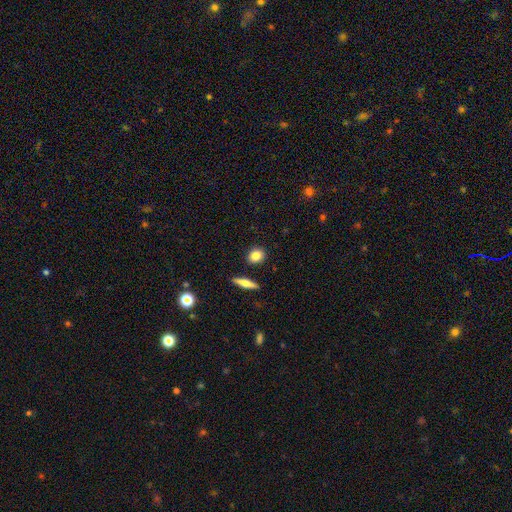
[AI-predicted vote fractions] This appears to be a smooth galaxy with no disk features (85%) that is round (55%). Merging: none (87%).